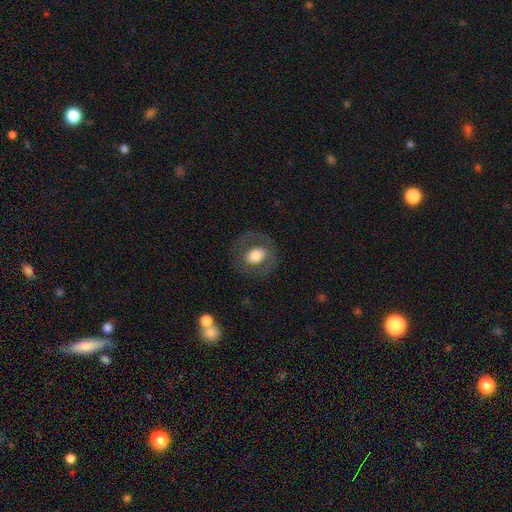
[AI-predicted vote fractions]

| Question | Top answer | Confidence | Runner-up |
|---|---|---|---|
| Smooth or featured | smooth | 56% | featured or disk (36%) |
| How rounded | round | 53% | in between (46%) |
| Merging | none | 75% | minor disturbance (14%) |